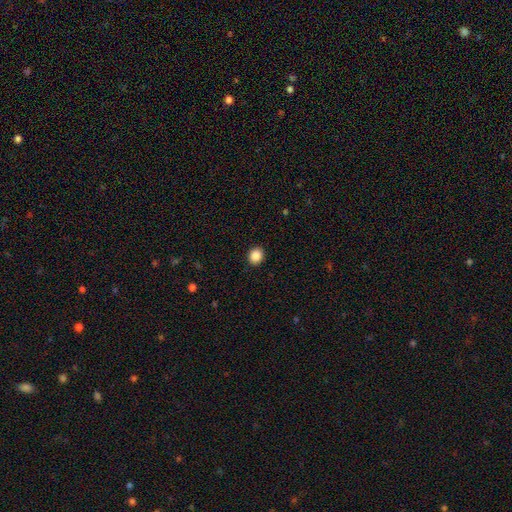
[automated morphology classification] A smooth galaxy with no disk features (87%) that is round (74%).

Vote fractions:
- Smooth or featured? smooth: 87% / star or artifact: 9% / featured or disk: 3%
- How rounded? round: 74% / in between: 25% / cigar-shaped: 1%
- Merging? none: 92% / minor disturbance: 5% / major disturbance: 2% / merger: 1%